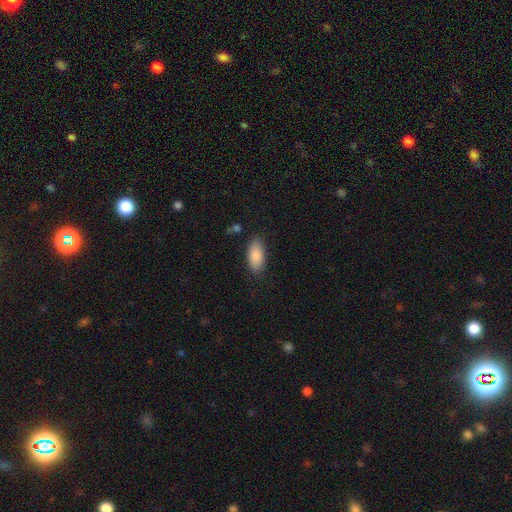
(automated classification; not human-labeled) The model was most divided on "merging": none: 84%, minor disturbance: 12%, major disturbance: 3%, merger: 1%. More confident: how rounded — in between (91%); smooth or featured — smooth (88%).